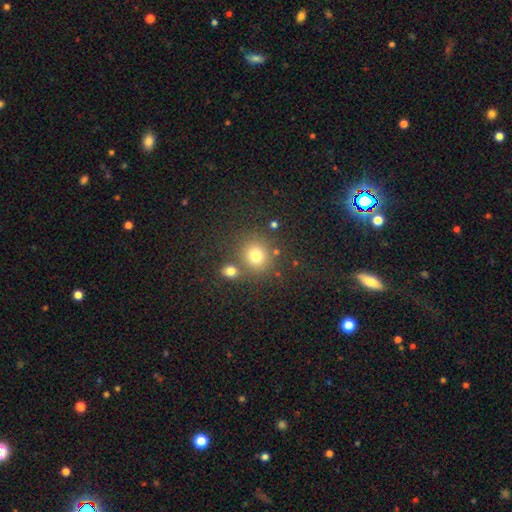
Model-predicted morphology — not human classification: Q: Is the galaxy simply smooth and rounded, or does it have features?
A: smooth — 76%.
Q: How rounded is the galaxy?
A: round — 85%.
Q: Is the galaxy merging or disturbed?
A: none — 71%.